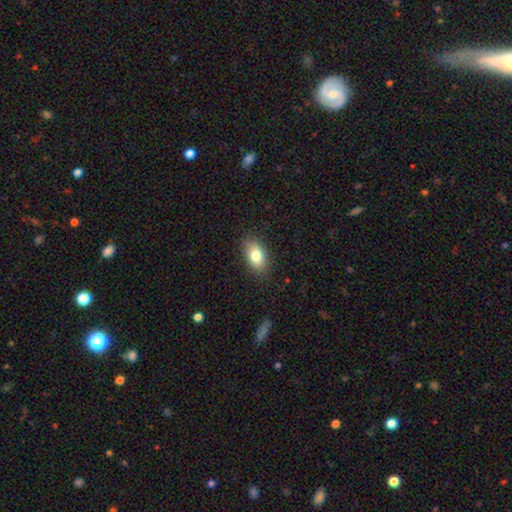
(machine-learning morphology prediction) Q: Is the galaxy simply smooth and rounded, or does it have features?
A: smooth — 80%.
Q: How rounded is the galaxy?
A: in between — 88%.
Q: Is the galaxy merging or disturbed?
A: none — 86%.